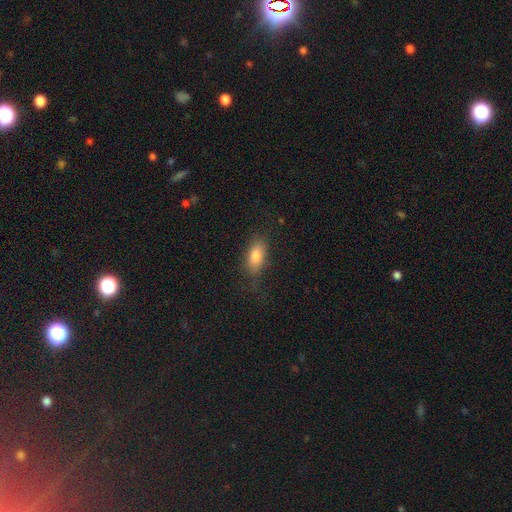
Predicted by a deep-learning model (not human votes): The model was most divided on "merging": none: 75%, minor disturbance: 17%, major disturbance: 7%, merger: 1%. More confident: how rounded — in between (85%); smooth or featured — smooth (80%).